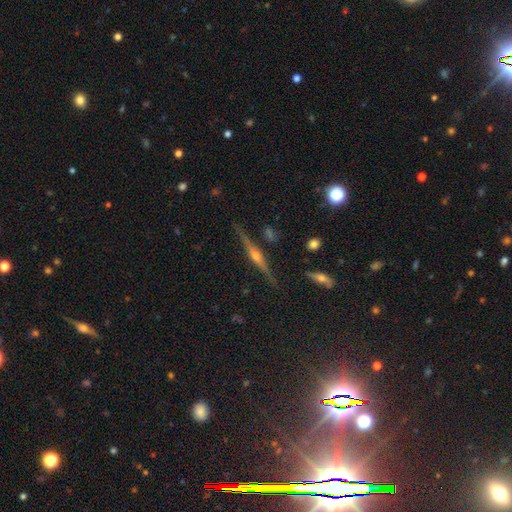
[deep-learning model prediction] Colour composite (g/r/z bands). It shows a featured or disk galaxy (83%) viewed edge-on (98%) with a rounded central bulge (90%). Merging: none (87%).